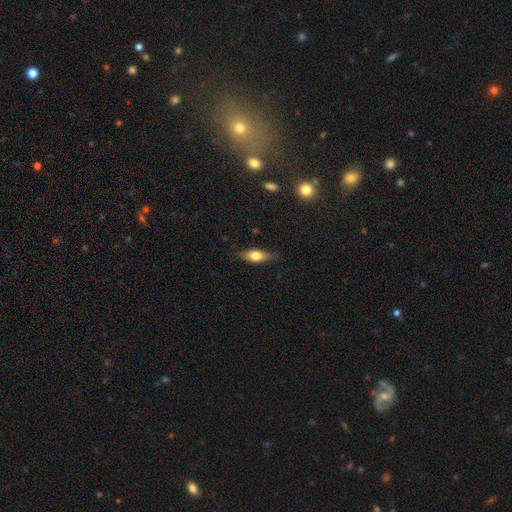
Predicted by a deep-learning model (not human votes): A smooth galaxy with no disk features (66%) that is in between round and cigar-shaped (73%).

Vote fractions:
- Smooth or featured? smooth: 66% / featured or disk: 27% / star or artifact: 7%
- How rounded? in between: 73% / cigar-shaped: 23% / round: 5%
- Merging? none: 75% / minor disturbance: 20% / major disturbance: 4% / merger: 1%